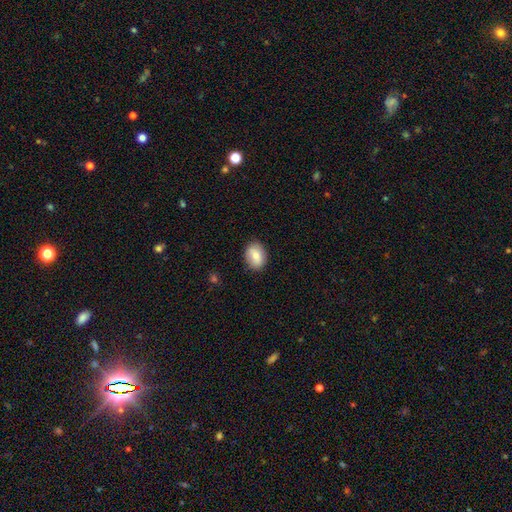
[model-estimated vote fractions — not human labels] Smooth or featured?
  - smooth: 78% *
  - featured or disk: 14%
  - star or artifact: 7%
How rounded?
  - in between: 70% *
  - round: 29%
  - cigar-shaped: 1%
Merging?
  - none: 85% *
  - minor disturbance: 11%
  - major disturbance: 3%
  - merger: 1%